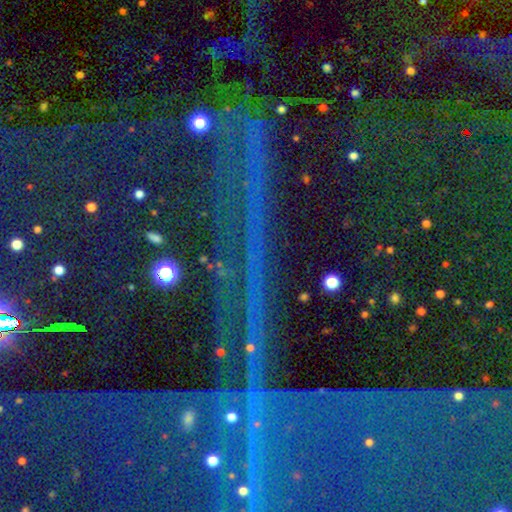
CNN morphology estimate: Smooth or featured? star or artifact (85%)